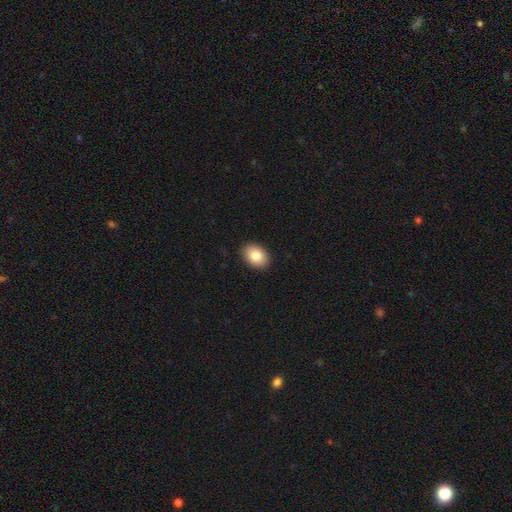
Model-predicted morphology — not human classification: Smooth or featured: smooth — 84% (featured or disk — 9%)
How rounded: in between — 76% (round — 23%)
Merging: none — 90% (minor disturbance — 7%)